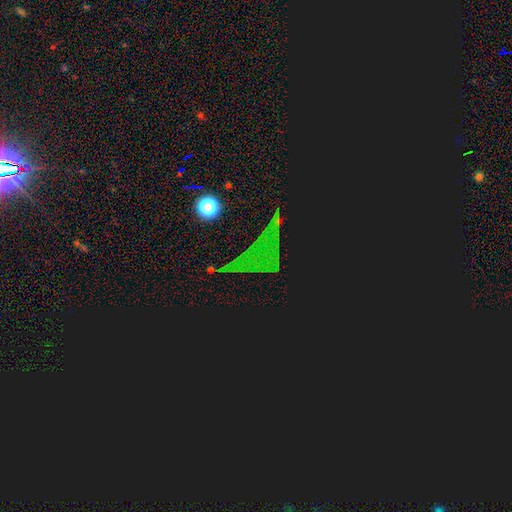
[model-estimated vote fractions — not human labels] The model was most divided on "smooth or featured": star or artifact: 79%, smooth: 13%, featured or disk: 8%.